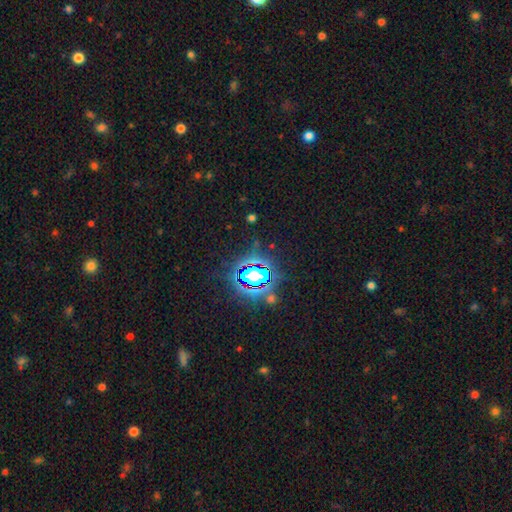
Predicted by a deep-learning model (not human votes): Smooth or featured?
  - star or artifact: 81% *
  - smooth: 12%
  - featured or disk: 7%